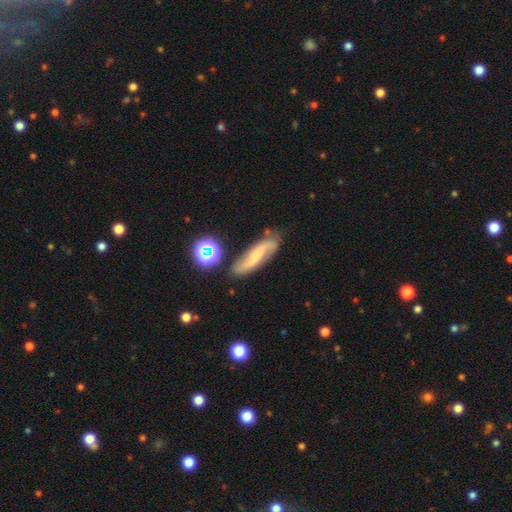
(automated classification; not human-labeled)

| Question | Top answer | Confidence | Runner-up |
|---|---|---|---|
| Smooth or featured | featured or disk | 62% | smooth (28%) |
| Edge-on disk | no | 83% | yes (17%) |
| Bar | weak | 40% | no (38%) |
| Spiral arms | yes | 93% | no (7%) |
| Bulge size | small | 38% | none (34%) |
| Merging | none | 72% | minor disturbance (18%) |